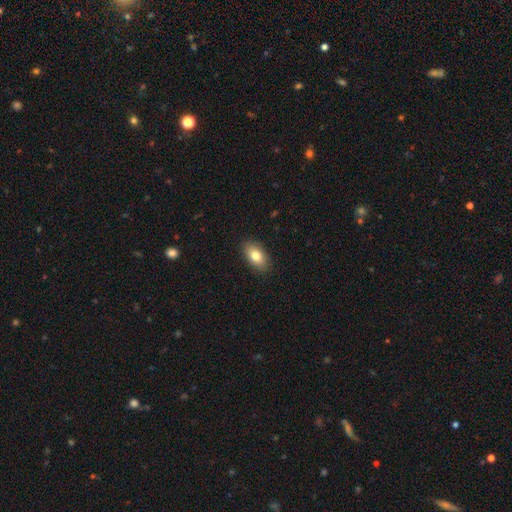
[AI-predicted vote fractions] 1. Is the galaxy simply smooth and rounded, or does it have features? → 80% smooth, 13% featured or disk, 8% star or artifact.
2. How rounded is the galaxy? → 90% in between, 7% round, 3% cigar-shaped.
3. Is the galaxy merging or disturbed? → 89% none, 8% minor disturbance, 2% major disturbance, 1% merger.